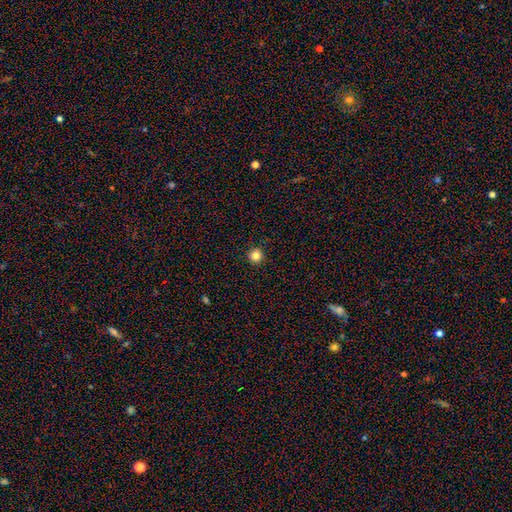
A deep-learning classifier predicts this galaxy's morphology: smooth 83%, star or artifact 12%, featured or disk 5%. Down the decision tree: how rounded — round (96%); merging — none (93%).